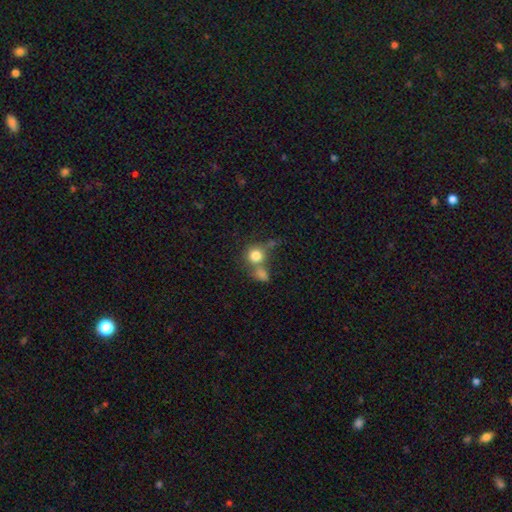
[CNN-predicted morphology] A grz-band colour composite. It shows a smooth galaxy with no disk features (78%) that is round (86%). Merging: none (43%).